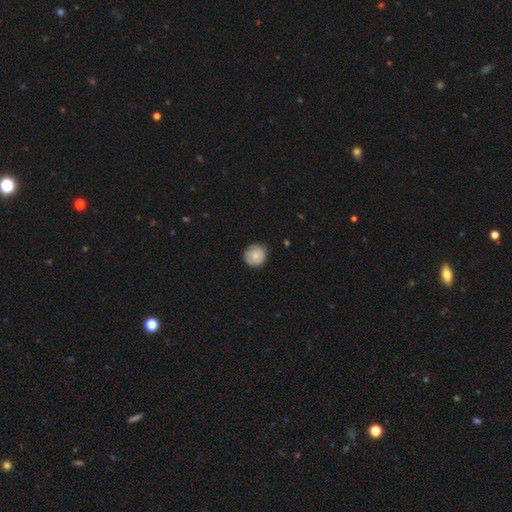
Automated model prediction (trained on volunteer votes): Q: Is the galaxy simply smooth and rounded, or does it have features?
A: smooth — 74%.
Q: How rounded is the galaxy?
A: round — 89%.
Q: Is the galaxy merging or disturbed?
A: none — 78%.